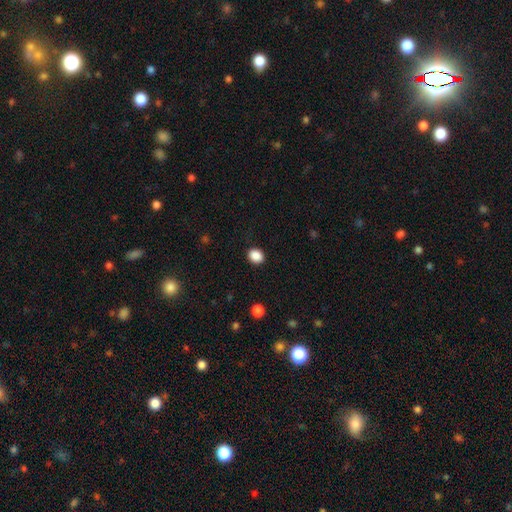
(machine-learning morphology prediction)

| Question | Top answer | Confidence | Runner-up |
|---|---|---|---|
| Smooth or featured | smooth | 88% | star or artifact (9%) |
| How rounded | round | 52% | in between (47%) |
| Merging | none | 88% | minor disturbance (8%) |